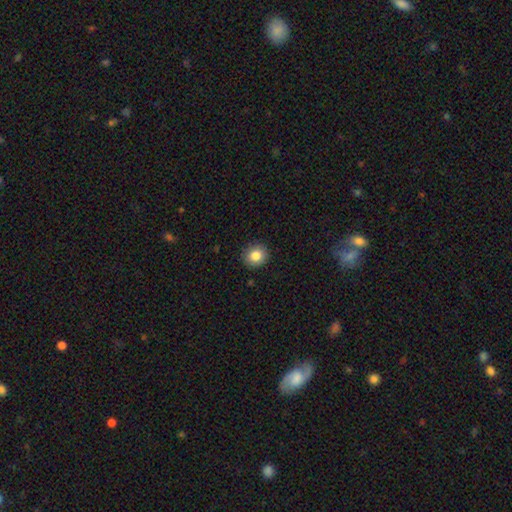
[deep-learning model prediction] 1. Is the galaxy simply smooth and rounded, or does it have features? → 84% smooth, 9% star or artifact, 7% featured or disk.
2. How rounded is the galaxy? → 80% round, 19% in between, 1% cigar-shaped.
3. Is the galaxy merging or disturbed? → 90% none, 7% minor disturbance, 2% major disturbance, 1% merger.